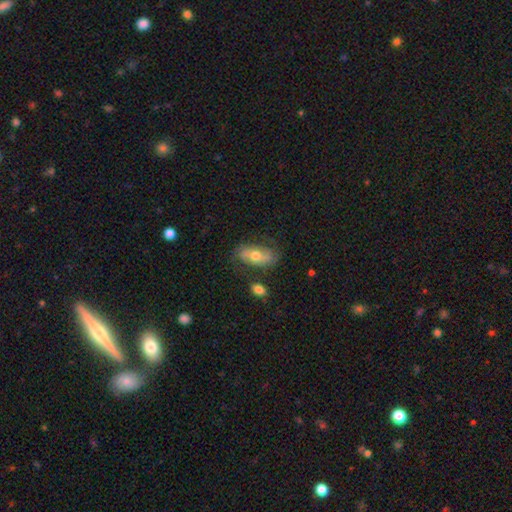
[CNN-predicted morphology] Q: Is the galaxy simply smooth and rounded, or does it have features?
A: featured or disk — 56%.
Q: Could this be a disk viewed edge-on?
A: no — 91%.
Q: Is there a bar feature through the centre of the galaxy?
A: no — 59%.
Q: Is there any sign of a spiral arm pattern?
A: yes — 72%.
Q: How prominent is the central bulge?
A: moderate — 72%.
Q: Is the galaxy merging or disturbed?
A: none — 65%.